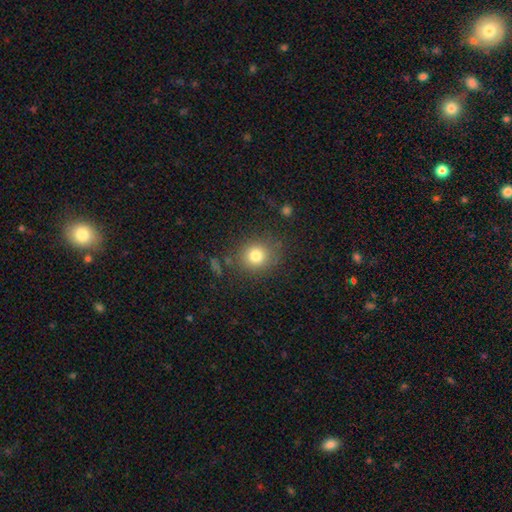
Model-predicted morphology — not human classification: The model was most divided on "smooth or featured": smooth: 80%, star or artifact: 13%, featured or disk: 8%. More confident: how rounded — round (85%); merging — none (83%).